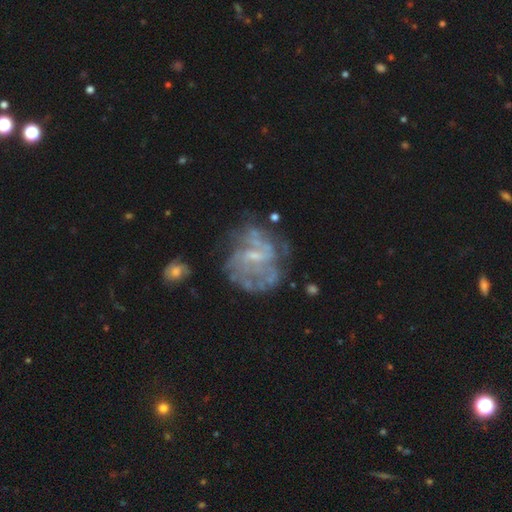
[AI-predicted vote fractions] Smooth or featured? featured or disk (74%)
Edge-on disk? no (98%)
Bar? weak (46%)
Spiral arms? yes (55%)
Bulge size? small (54%)
Merging? none (51%)